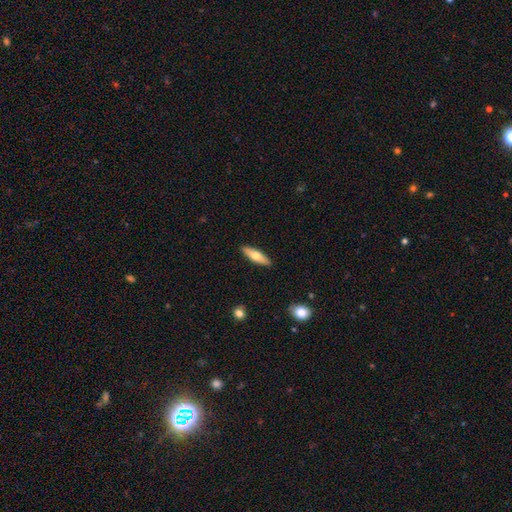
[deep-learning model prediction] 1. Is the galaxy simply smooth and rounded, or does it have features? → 59% smooth, 35% featured or disk, 6% star or artifact.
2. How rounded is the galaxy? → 58% cigar-shaped, 40% in between, 2% round.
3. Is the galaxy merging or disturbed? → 90% none, 7% minor disturbance, 2% major disturbance, 1% merger.